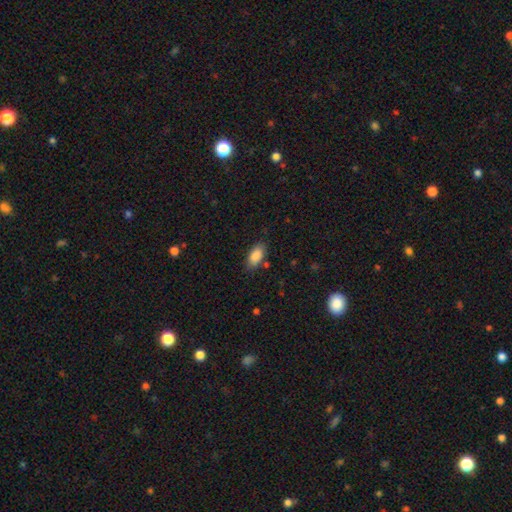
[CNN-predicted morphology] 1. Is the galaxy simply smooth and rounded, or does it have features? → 87% smooth, 7% star or artifact, 6% featured or disk.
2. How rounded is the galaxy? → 90% in between, 8% cigar-shaped, 3% round.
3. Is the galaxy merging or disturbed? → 81% none, 13% minor disturbance, 3% major disturbance, 3% merger.